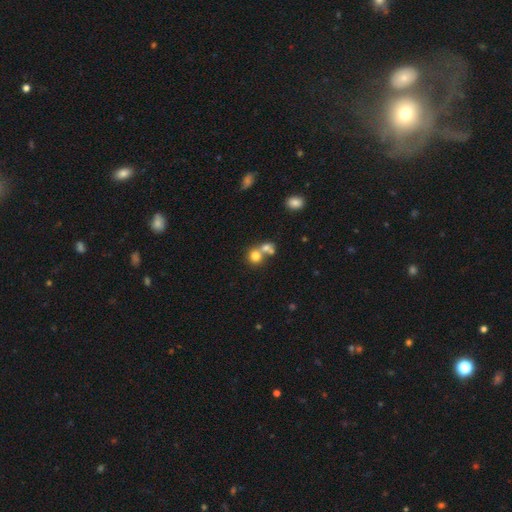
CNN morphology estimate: Smooth or featured?
  - smooth: 74% *
  - featured or disk: 13%
  - star or artifact: 13%
How rounded?
  - round: 81% *
  - in between: 18%
  - cigar-shaped: 1%
Merging?
  - merger: 51% *
  - none: 39%
  - minor disturbance: 6%
  - major disturbance: 4%